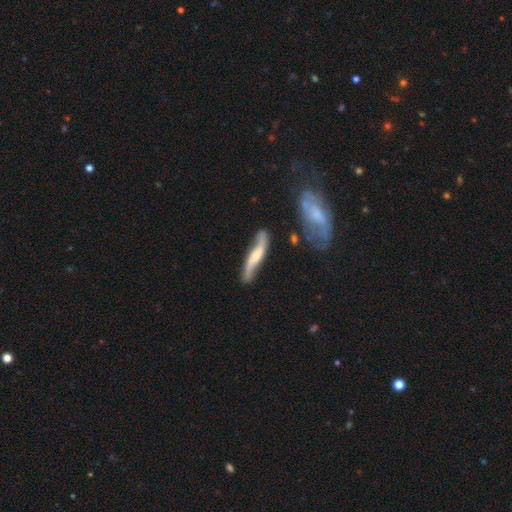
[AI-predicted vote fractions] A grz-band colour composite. It shows a featured or disk galaxy (75%). Merging: none (71%).